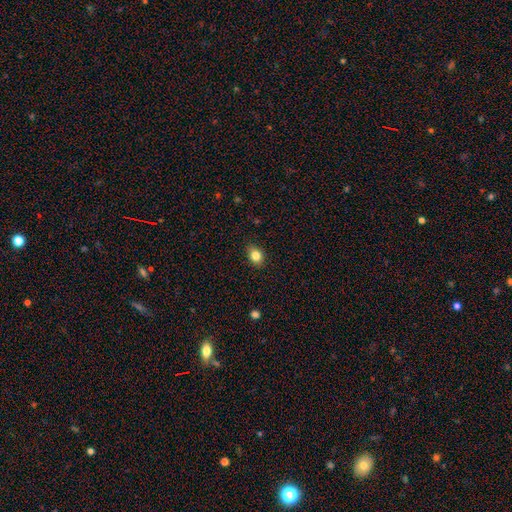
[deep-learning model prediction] The model was most divided on "how rounded": in between: 54%, round: 45%, cigar-shaped: 1%. More confident: merging — none (85%); smooth or featured — smooth (83%).